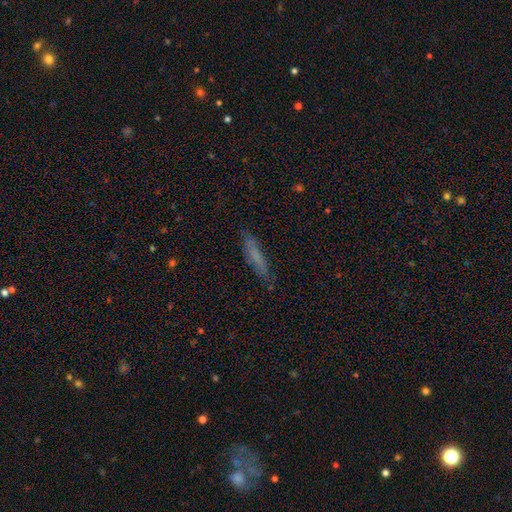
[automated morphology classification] smooth-or-featured: smooth: 60% | featured or disk: 29% | star or artifact: 10%
  how-rounded: cigar-shaped: 85% | in between: 13% | round: 2%
  merging: none: 81% | minor disturbance: 14% | major disturbance: 3% | merger: 2%